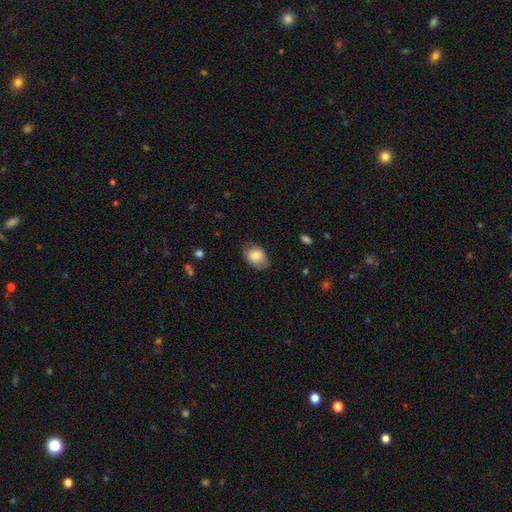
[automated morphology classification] Smooth or featured? Predicted: smooth (p=0.82). How rounded? Predicted: in between (p=0.75). Merging? Predicted: none (p=0.72).